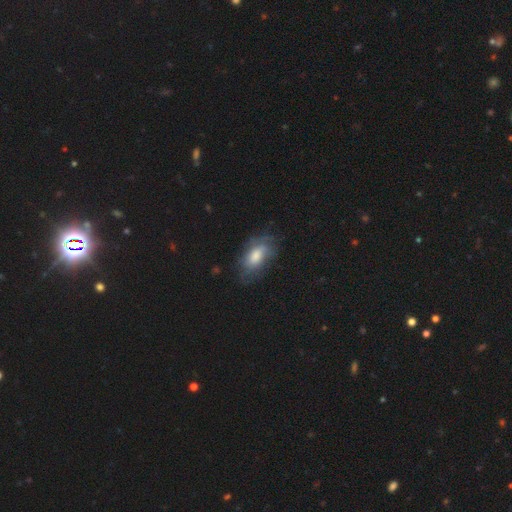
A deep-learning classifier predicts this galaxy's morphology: Smooth or featured? featured or disk (46%)
Merging? none (64%)